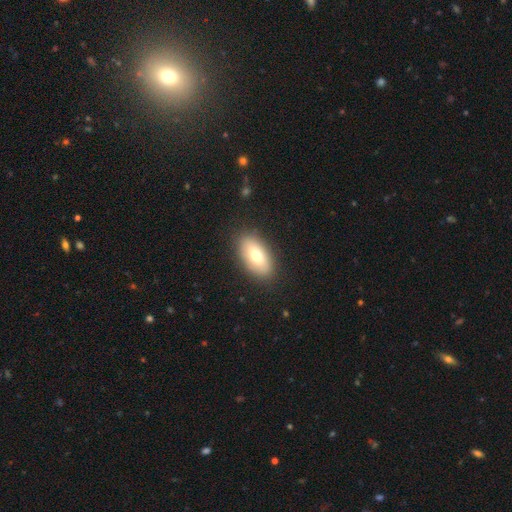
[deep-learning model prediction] This is likely a smooth galaxy (73%). How rounded: clearly in between (91%). Merging: clearly none (87%).